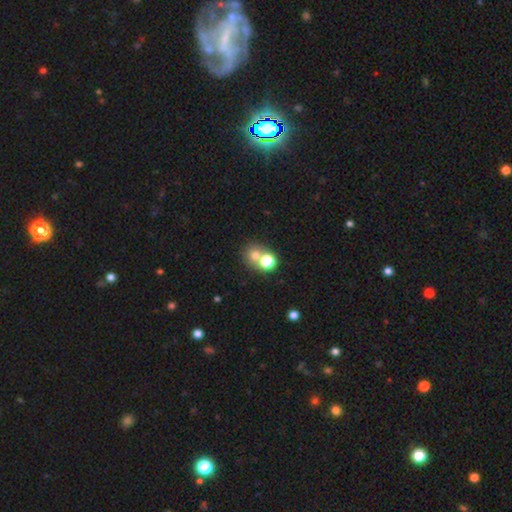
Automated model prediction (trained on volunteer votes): Smooth or featured: smooth — 68% (star or artifact — 19%)
How rounded: round — 81% (in between — 18%)
Merging: none — 48% (merger — 42%)